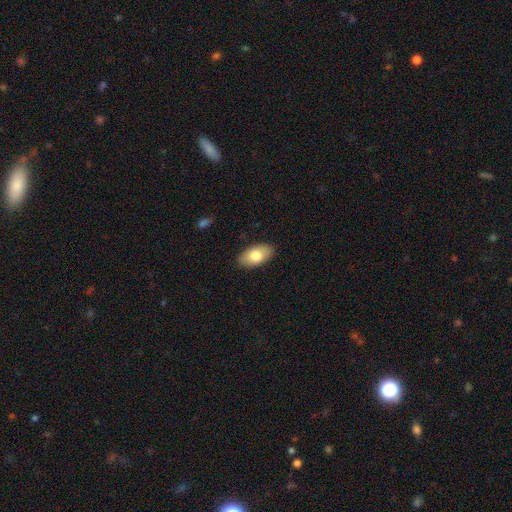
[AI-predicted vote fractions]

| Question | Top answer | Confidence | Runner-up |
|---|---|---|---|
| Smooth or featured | smooth | 78% | featured or disk (16%) |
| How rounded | in between | 94% | round (4%) |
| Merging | none | 88% | minor disturbance (9%) |